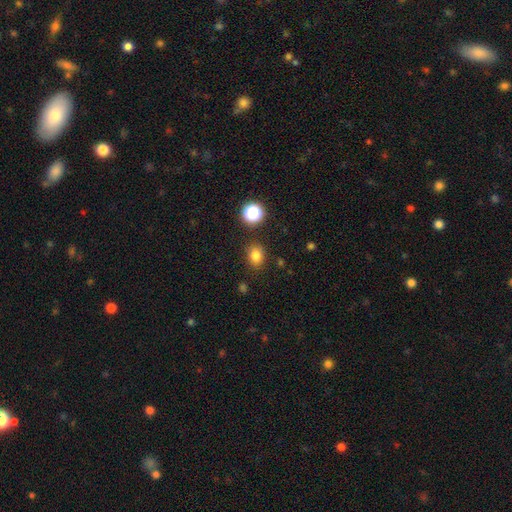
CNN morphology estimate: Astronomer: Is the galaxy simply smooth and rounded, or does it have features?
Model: smooth — 80%.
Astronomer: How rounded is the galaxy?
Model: round — 52% (runner-up: in between, 47%).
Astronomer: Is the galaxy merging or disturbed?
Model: none — 84%.